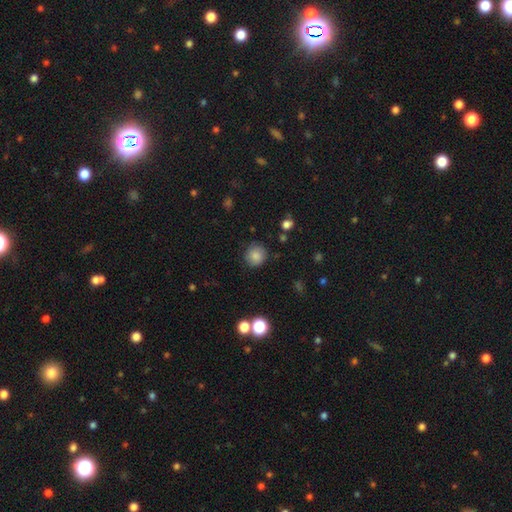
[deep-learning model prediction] smooth 83%, star or artifact 11%, featured or disk 6%. Down the decision tree: how rounded — round (89%); merging — none (85%).